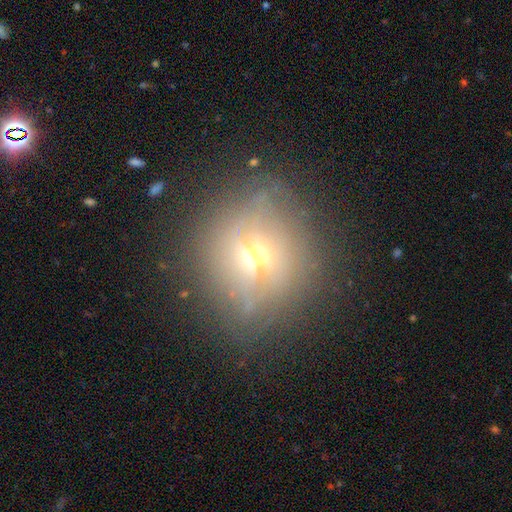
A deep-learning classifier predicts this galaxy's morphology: featured or disk 45%, smooth 36%, star or artifact 19%. Down the decision tree: merging — none (78%).